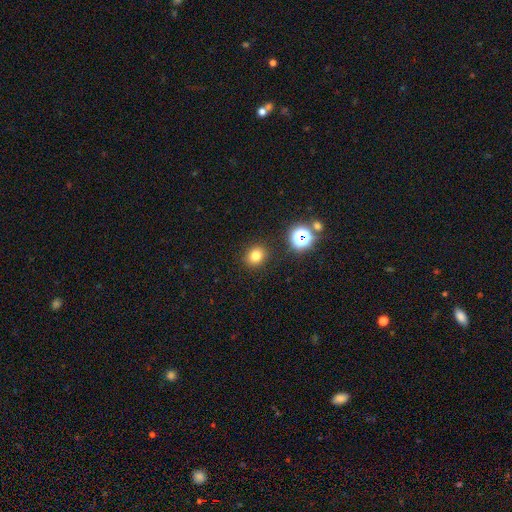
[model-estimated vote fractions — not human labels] This appears to be a smooth galaxy with no disk features (77%) that is round (77%). Merging: none (89%).